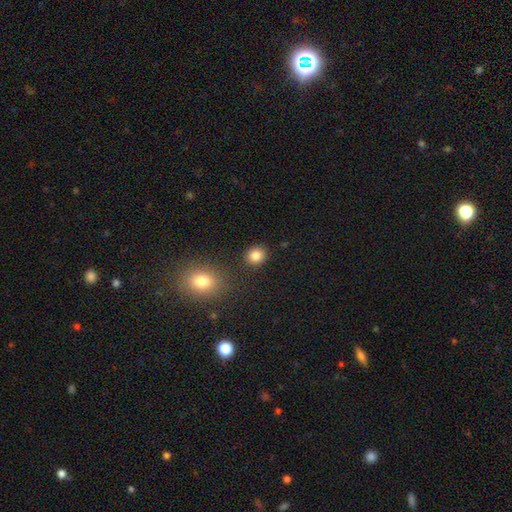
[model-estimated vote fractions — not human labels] Smooth or featured? smooth (84%)
How rounded? round (82%)
Merging? none (88%)